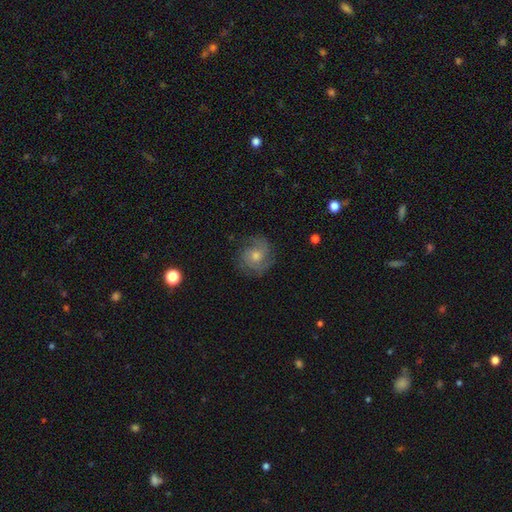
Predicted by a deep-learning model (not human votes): The model was most divided on "spiral arm count": 2: 35%, 3: 25%, can't tell: 24%, 4: 6%, 1: 5%, more than 4: 5%. More confident: edge-on disk — no (97%); spiral arms — yes (94%); merging — none (79%); bar — no (76%); smooth or featured — featured or disk (71%); bulge size — moderate (63%); spiral winding — tight (53%).